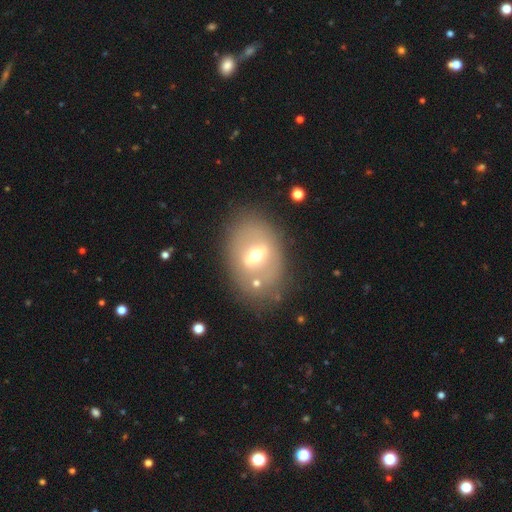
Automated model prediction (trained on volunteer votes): This is possibly a featured or disk galaxy (56%). It is clearly not viewed edge-on (87%). Merging: likely none (76%).